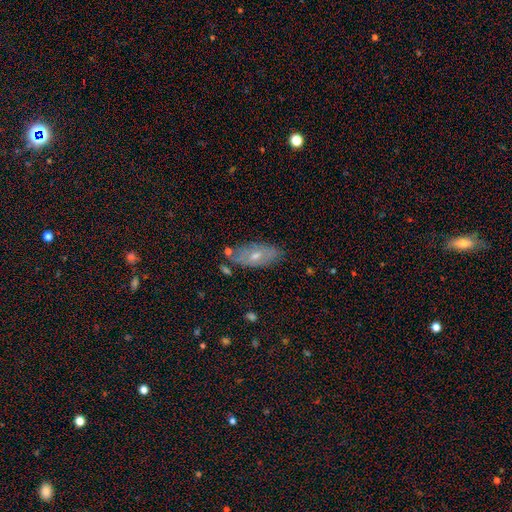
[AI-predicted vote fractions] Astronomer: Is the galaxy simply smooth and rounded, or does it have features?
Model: smooth — 52% (runner-up: featured or disk, 40%).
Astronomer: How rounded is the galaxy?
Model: in between — 86%.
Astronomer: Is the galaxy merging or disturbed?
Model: none — 71%.